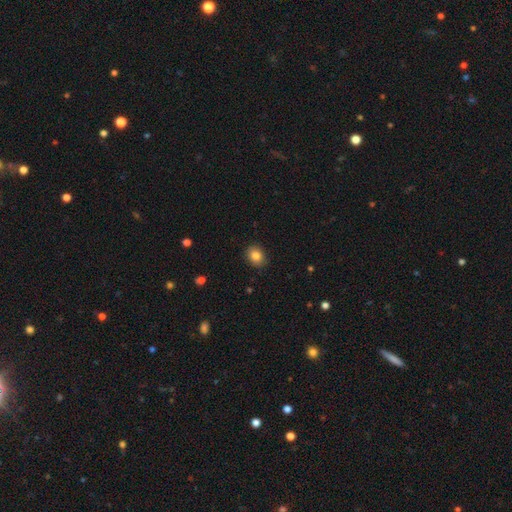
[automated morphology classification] Smooth or featured? smooth (84%)
How rounded? round (59%)
Merging? none (88%)